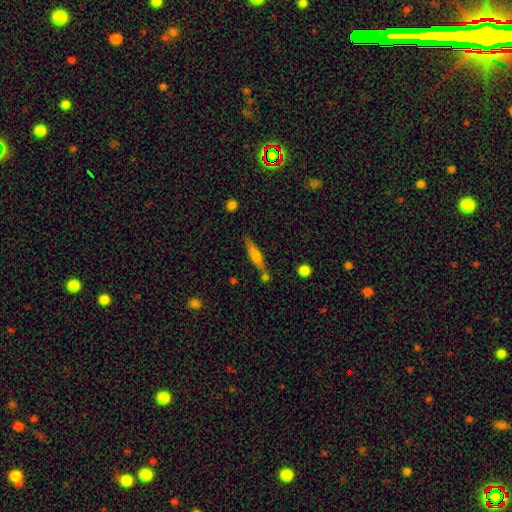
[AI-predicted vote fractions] Smooth or featured: featured or disk — 46% (tied with smooth — 46%)
Merging: none — 71% (minor disturbance — 14%)